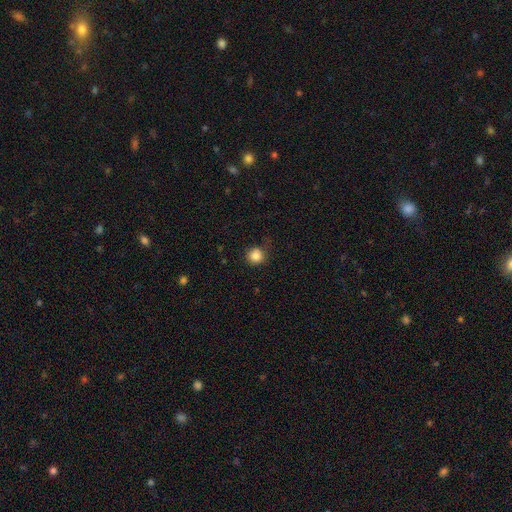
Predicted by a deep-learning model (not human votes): This appears to be a smooth galaxy with no disk features (85%) that is round (92%). Merging: none (77%).